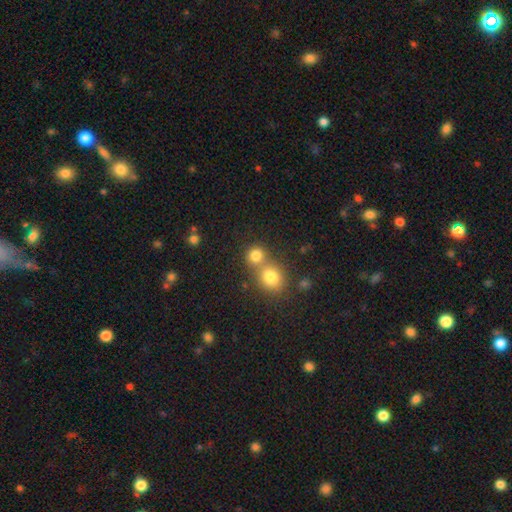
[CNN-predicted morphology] type=smooth (80%); roundness=round (84%); merging=none (48%).